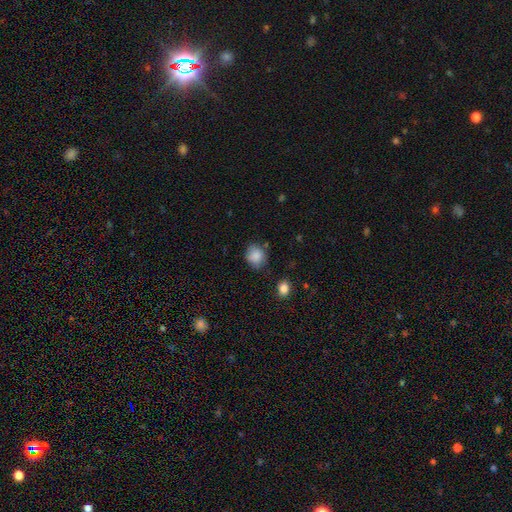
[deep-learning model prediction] This is clearly a smooth galaxy (86%). How rounded: likely round (72%). Merging: likely none (73%).